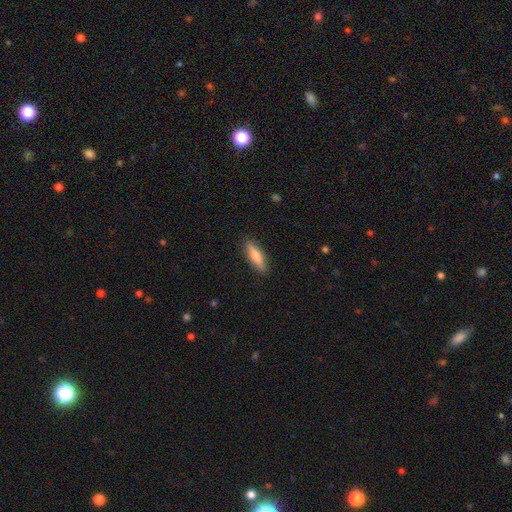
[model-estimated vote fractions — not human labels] Smooth or featured: smooth — 67% (featured or disk — 27%)
How rounded: cigar-shaped — 70% (in between — 28%)
Merging: none — 90% (minor disturbance — 7%)